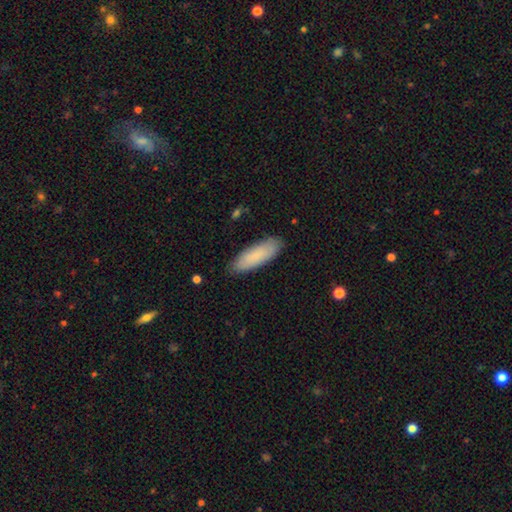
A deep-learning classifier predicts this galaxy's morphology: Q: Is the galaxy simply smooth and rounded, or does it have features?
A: smooth — 86%.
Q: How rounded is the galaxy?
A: in between — 56%.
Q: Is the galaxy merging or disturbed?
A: none — 86%.